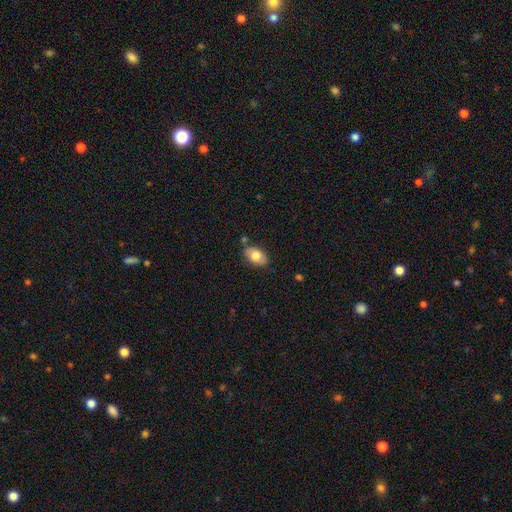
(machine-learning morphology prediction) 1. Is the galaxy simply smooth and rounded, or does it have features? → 77% smooth, 16% featured or disk, 7% star or artifact.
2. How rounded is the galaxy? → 90% in between, 8% round, 2% cigar-shaped.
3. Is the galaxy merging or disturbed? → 77% none, 15% minor disturbance, 5% merger, 3% major disturbance.